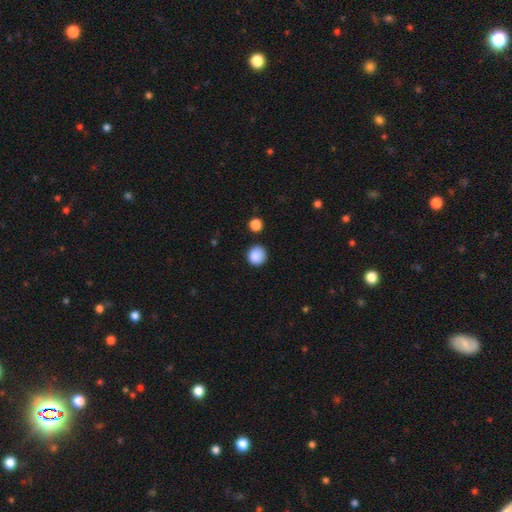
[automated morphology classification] Smooth or featured? smooth (87%)
How rounded? round (89%)
Merging? none (83%)